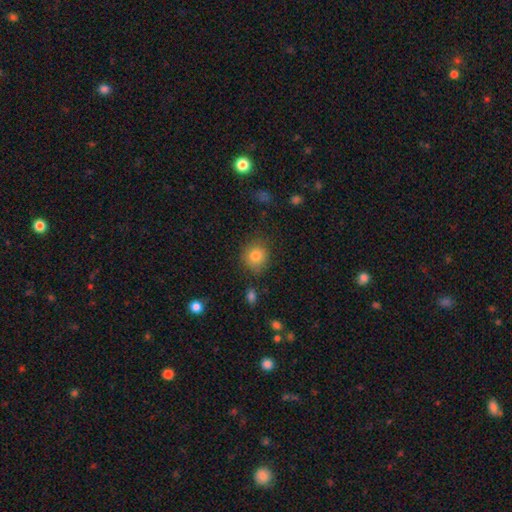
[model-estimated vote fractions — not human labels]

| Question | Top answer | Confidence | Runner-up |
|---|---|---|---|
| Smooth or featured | smooth | 81% | star or artifact (11%) |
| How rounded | round | 83% | in between (16%) |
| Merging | none | 81% | minor disturbance (13%) |